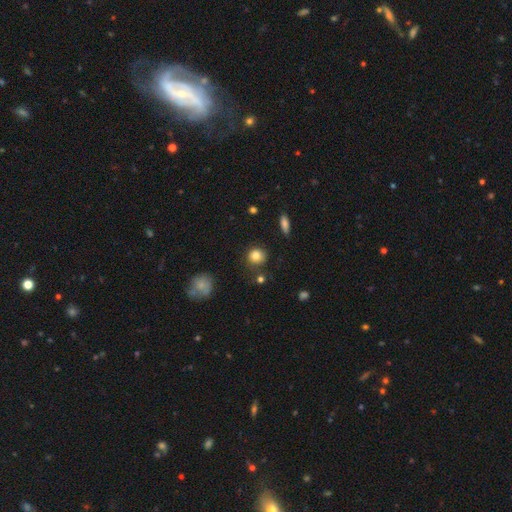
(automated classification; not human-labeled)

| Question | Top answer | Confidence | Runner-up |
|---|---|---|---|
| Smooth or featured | smooth | 82% | star or artifact (11%) |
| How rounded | round | 88% | in between (11%) |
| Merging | none | 80% | minor disturbance (12%) |